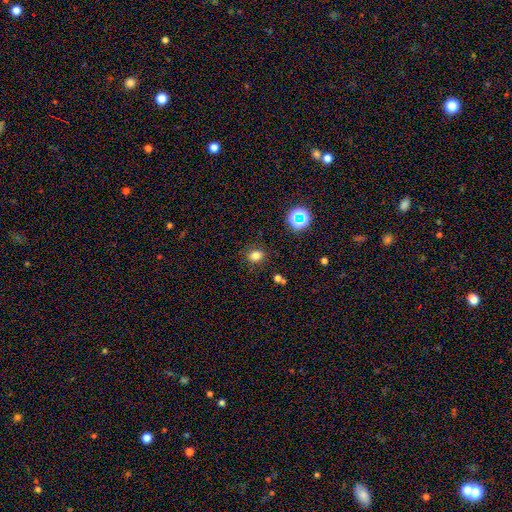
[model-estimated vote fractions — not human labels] Smooth or featured?
  - smooth: 78% *
  - star or artifact: 16%
  - featured or disk: 6%
How rounded?
  - round: 60% *
  - in between: 39%
  - cigar-shaped: 1%
Merging?
  - none: 86% *
  - minor disturbance: 9%
  - major disturbance: 3%
  - merger: 2%